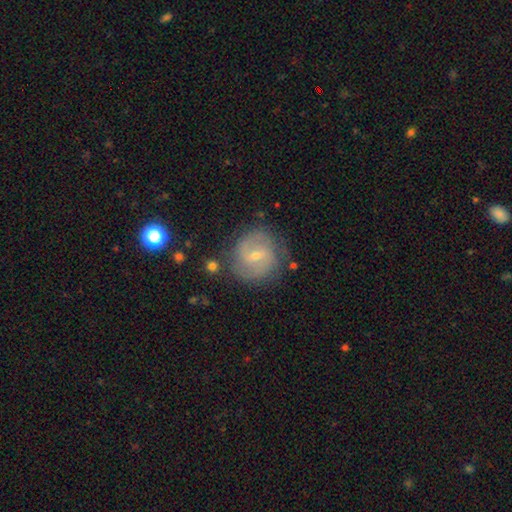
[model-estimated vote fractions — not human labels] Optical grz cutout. It shows a featured or disk galaxy (69%) with a weak bar (55%), 2 (76%) medium (47%) spiral arms (87%) and a small central bulge (68%). Merging: none (77%).